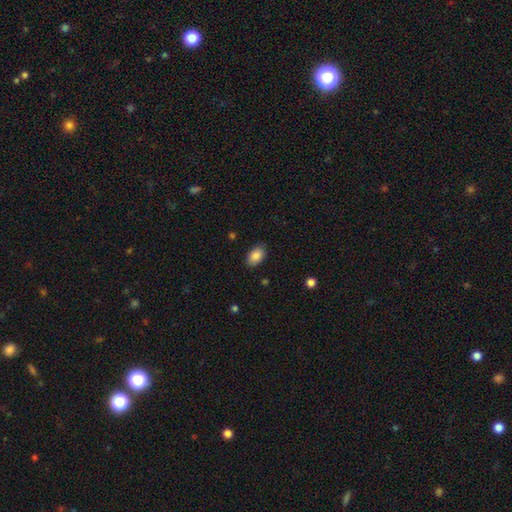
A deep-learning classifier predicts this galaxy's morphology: A smooth galaxy with no disk features (86%) that is in between round and cigar-shaped (91%). Merging: none (86%).